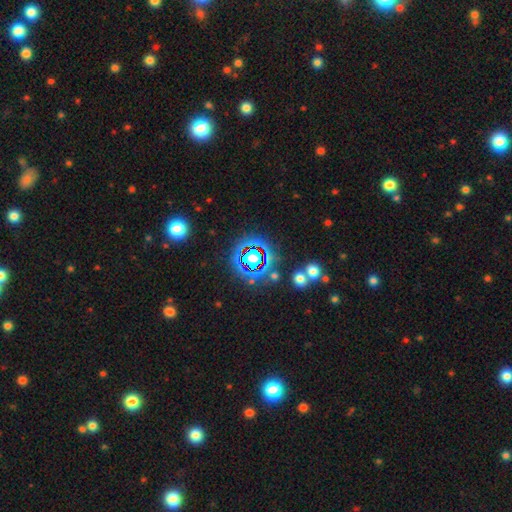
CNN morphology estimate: Smooth or featured?
  - star or artifact: 63% *
  - smooth: 25%
  - featured or disk: 12%